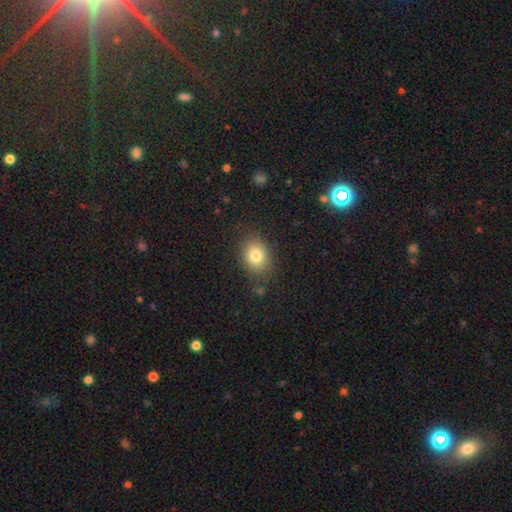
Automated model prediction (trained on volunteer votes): Q: Smooth or featured?
A: smooth (80%); runner-up: star or artifact (10%)
Q: How rounded?
A: in between (58%); runner-up: round (41%)
Q: Merging?
A: none (83%); runner-up: minor disturbance (12%)